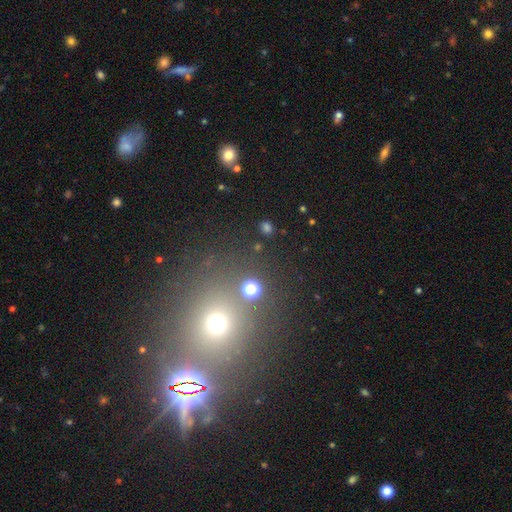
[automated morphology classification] smooth-or-featured: star or artifact: 55% | smooth: 35% | featured or disk: 10%